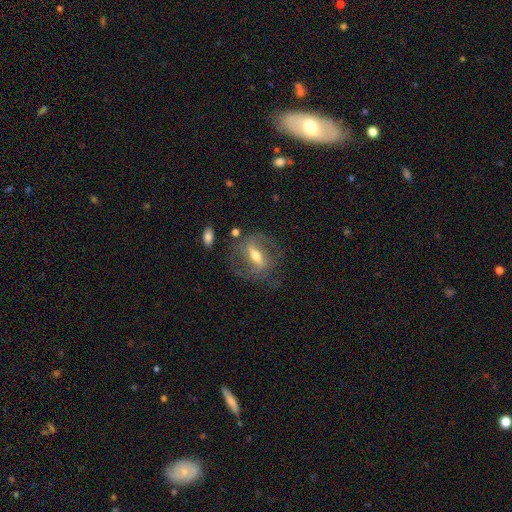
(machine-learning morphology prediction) smooth-or-featured: featured or disk: 75% | smooth: 18% | star or artifact: 7%
  disk-edge-on: no: 79% | yes: 21%
    bar: strong: 62% | weak: 28% | no: 10%
    has-spiral-arms: yes: 71% | no: 29%
    bulge-size: moderate: 68% | small: 20% | large: 10% | none: 1% | dominant: 1%
  merging: none: 68% | minor disturbance: 17% | major disturbance: 12% | merger: 3%